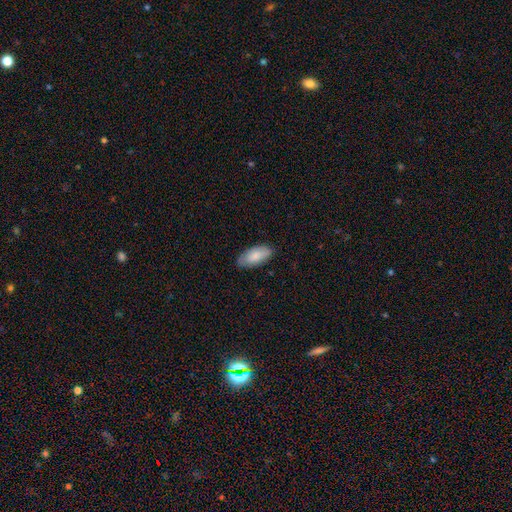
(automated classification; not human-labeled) Smooth or featured? smooth (83%)
How rounded? in between (91%)
Merging? none (81%)